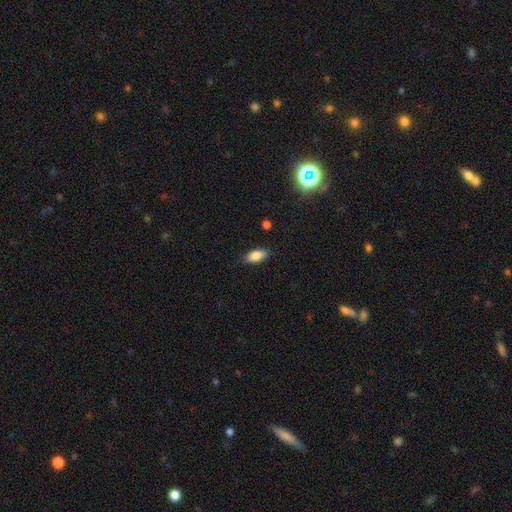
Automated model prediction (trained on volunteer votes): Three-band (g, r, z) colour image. It shows a smooth galaxy with no disk features (86%) that is in between round and cigar-shaped (89%). Merging: none (85%).